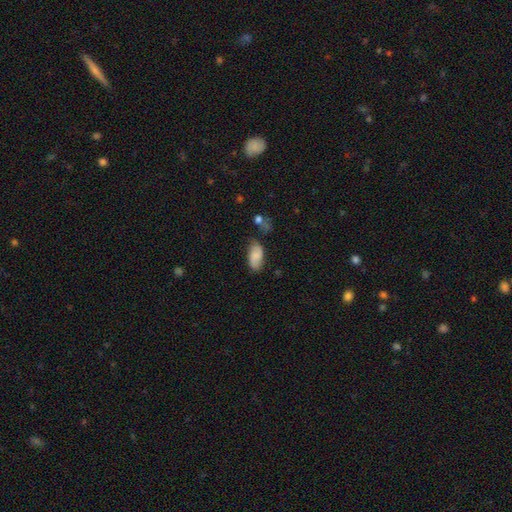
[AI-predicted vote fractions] Morphology: type=smooth (72%); roundness=in between (92%); merging=none (62%).